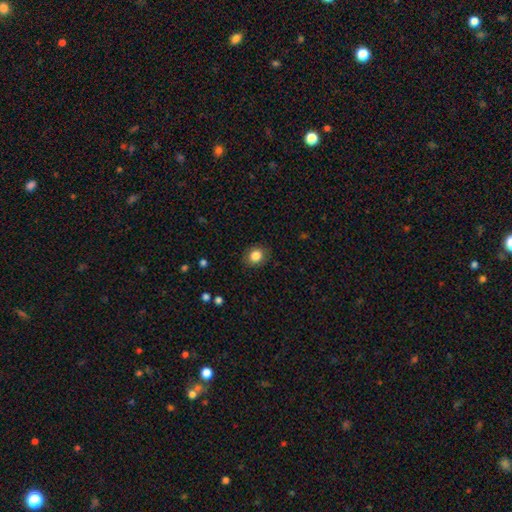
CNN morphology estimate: Smooth or featured?
  - smooth: 85% *
  - star or artifact: 10%
  - featured or disk: 6%
How rounded?
  - round: 69% *
  - in between: 30%
  - cigar-shaped: 1%
Merging?
  - none: 86% *
  - minor disturbance: 10%
  - major disturbance: 3%
  - merger: 1%